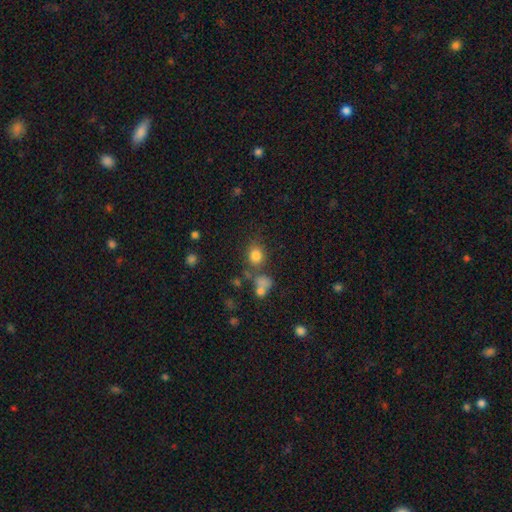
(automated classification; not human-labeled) Overall: smooth (80%). How rounded: round (77%). Merging: none (68%).